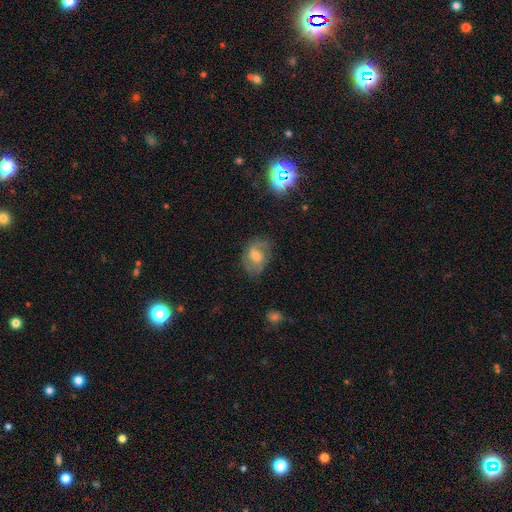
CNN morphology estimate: Overall: featured or disk (52%; smooth 38%). Edge-on disk: no (96%). Bar: weak (46%; no 42%). Spiral arms: yes (78%). Bulge size: moderate (59%; small 29%). Merging: none (66%).